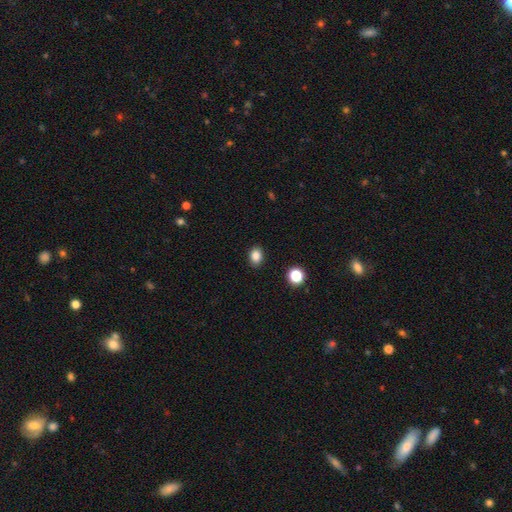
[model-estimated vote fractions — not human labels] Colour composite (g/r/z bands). It shows a smooth galaxy with no disk features (84%) that is in between round and cigar-shaped (64%). Merging: none (89%).